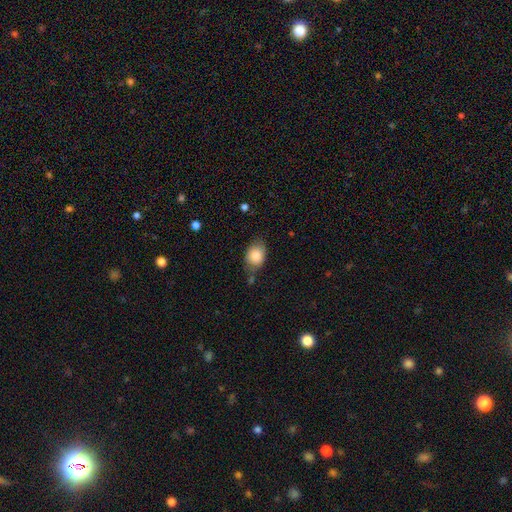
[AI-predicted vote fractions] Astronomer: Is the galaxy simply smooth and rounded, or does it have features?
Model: smooth — 84%.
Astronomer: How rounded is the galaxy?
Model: in between — 71%.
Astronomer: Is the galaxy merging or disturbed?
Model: none — 66%.